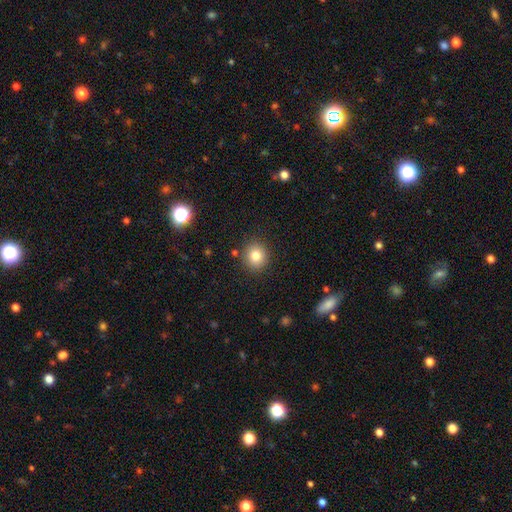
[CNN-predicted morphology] The model was most divided on "smooth or featured": smooth: 82%, star or artifact: 11%, featured or disk: 7%. More confident: merging — none (88%); how rounded — round (86%).